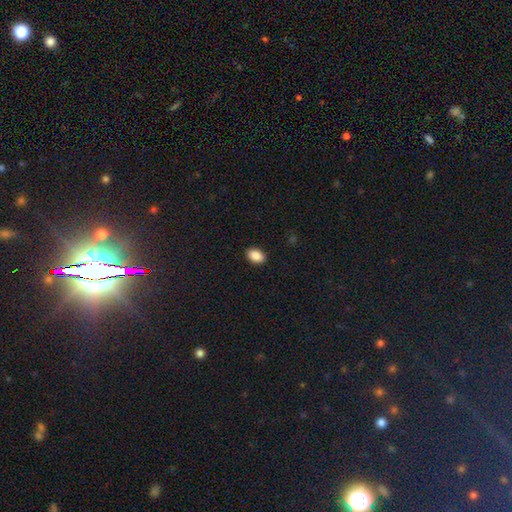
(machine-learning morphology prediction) Overall: smooth (89%). How rounded: in between (88%). Merging: none (90%).